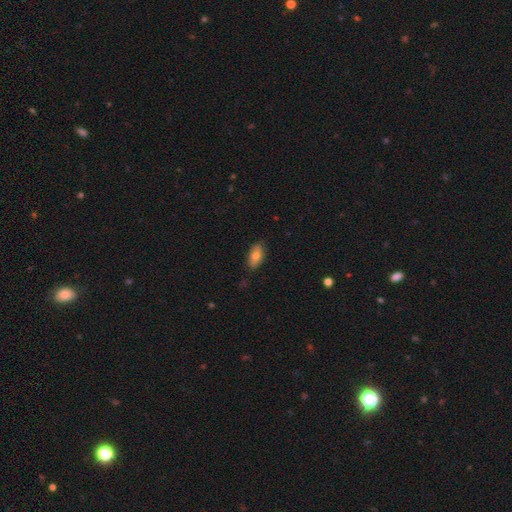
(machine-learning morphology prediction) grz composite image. It shows a smooth galaxy with no disk features (75%) that is in between round and cigar-shaped (87%). Merging: none (83%).